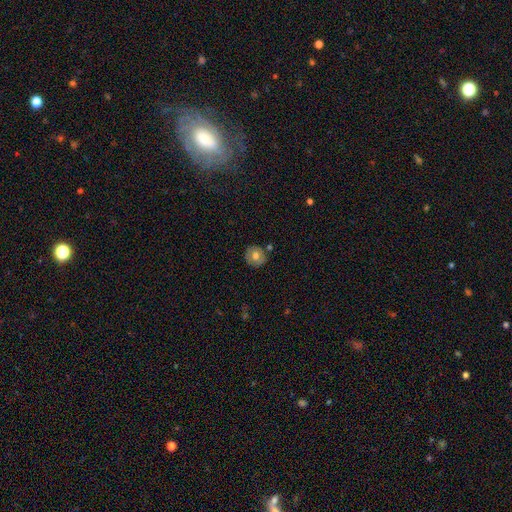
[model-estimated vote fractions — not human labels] Smooth or featured? Predicted: smooth (p=0.63). How rounded? Predicted: round (p=0.90). Merging? Predicted: none (p=0.84).